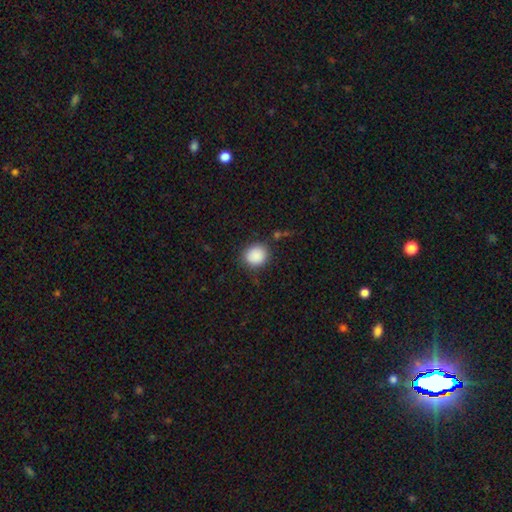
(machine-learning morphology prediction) A smooth galaxy with no disk features (89%) that is round (82%).

Vote fractions:
- Smooth or featured? smooth: 89% / star or artifact: 8% / featured or disk: 3%
- How rounded? round: 82% / in between: 17% / cigar-shaped: 1%
- Merging? none: 84% / minor disturbance: 10% / major disturbance: 4% / merger: 2%